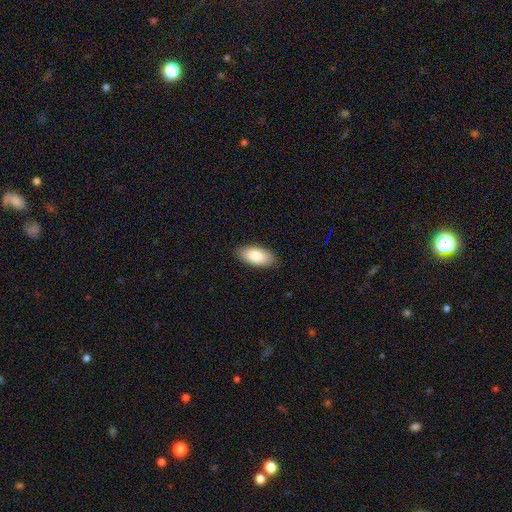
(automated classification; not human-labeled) A smooth galaxy with no disk features (83%) that is in between round and cigar-shaped (92%).

Vote fractions:
- Smooth or featured? smooth: 83% / featured or disk: 11% / star or artifact: 6%
- How rounded? in between: 92% / cigar-shaped: 6% / round: 2%
- Merging? none: 86% / minor disturbance: 11% / major disturbance: 2% / merger: 1%